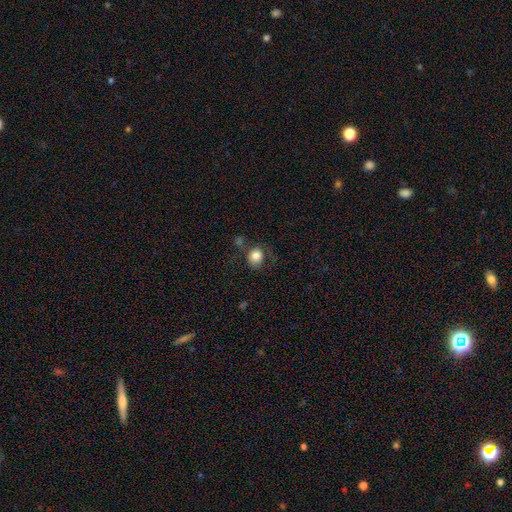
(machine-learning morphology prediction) smooth-or-featured: smooth: 80% | featured or disk: 10% | star or artifact: 10%
  how-rounded: round: 72% | in between: 27% | cigar-shaped: 1%
  merging: none: 59% | minor disturbance: 20% | major disturbance: 13% | merger: 8%